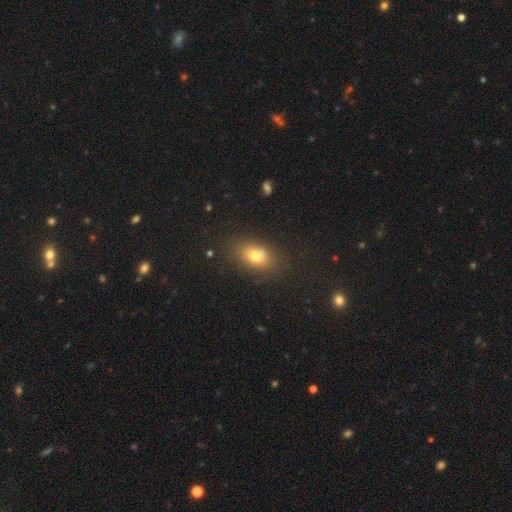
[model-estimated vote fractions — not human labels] Smooth or featured? smooth (74%)
How rounded? in between (78%)
Merging? none (73%)